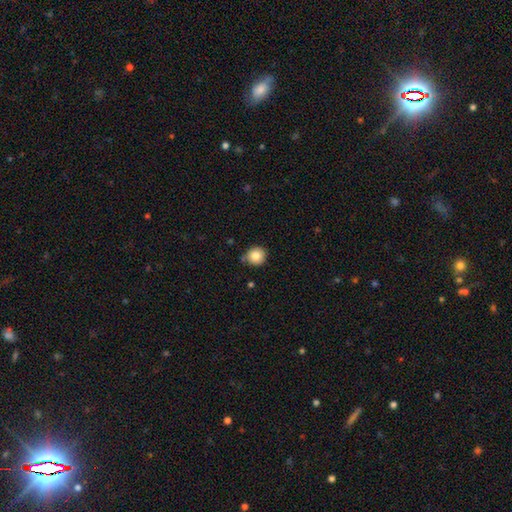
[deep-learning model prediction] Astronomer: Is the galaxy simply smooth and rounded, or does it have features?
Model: smooth — 83%.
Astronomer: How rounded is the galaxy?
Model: round — 90%.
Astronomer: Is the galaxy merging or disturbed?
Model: none — 80%.